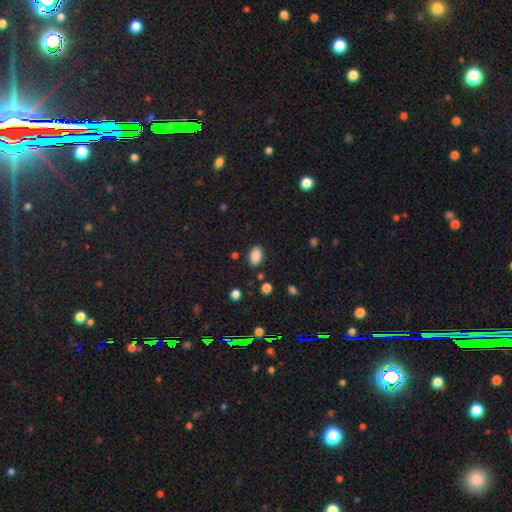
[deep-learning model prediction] Smooth or featured?
  - smooth: 88% *
  - star or artifact: 9%
  - featured or disk: 4%
How rounded?
  - in between: 89% *
  - round: 10%
  - cigar-shaped: 1%
Merging?
  - none: 85% *
  - minor disturbance: 10%
  - major disturbance: 3%
  - merger: 2%